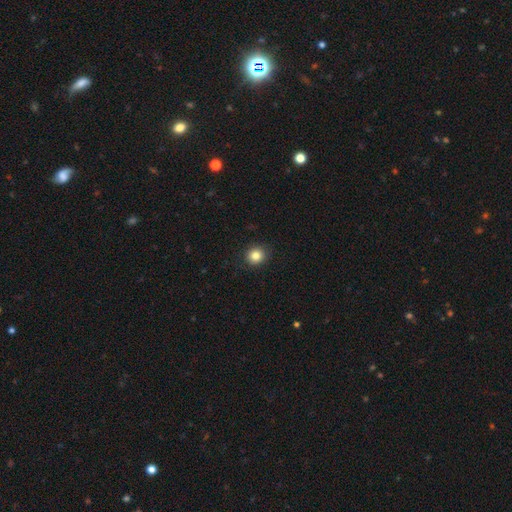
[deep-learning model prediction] This is clearly a smooth galaxy (84%). How rounded: clearly round (87%). Merging: clearly none (90%).